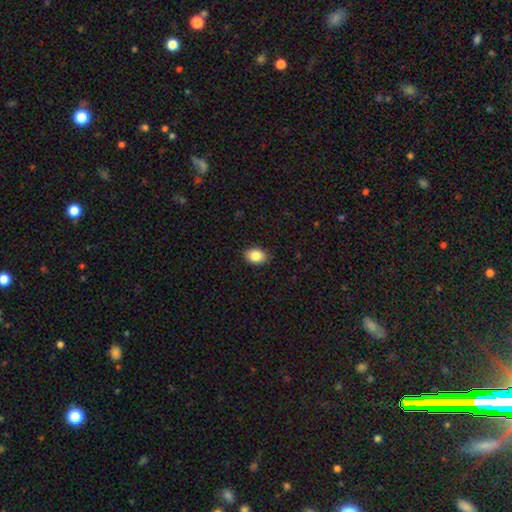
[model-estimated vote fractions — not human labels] Smooth or featured?
  - smooth: 86% *
  - star or artifact: 8%
  - featured or disk: 6%
How rounded?
  - in between: 73% *
  - round: 26%
  - cigar-shaped: 1%
Merging?
  - none: 90% *
  - minor disturbance: 8%
  - major disturbance: 2%
  - merger: 1%